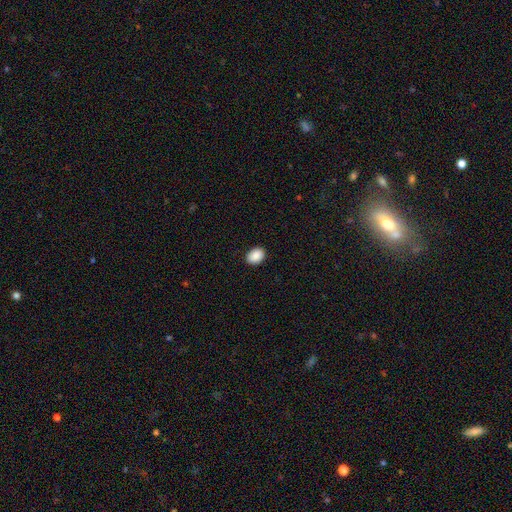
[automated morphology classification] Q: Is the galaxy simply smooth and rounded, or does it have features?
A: smooth — 89%.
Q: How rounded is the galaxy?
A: in between — 72%.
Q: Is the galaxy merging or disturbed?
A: none — 90%.